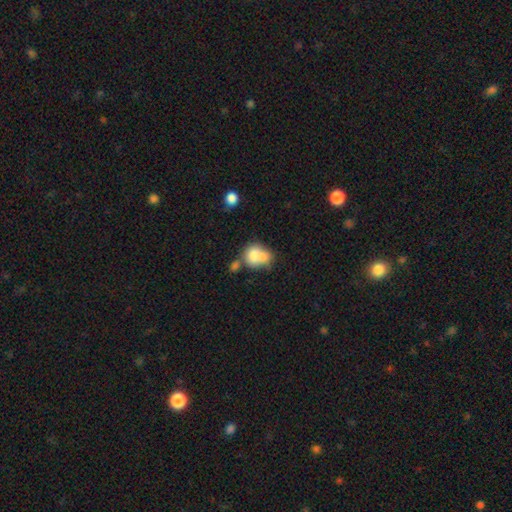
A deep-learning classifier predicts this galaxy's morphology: smooth 72%, featured or disk 18%, star or artifact 9%. Down the decision tree: how rounded — round (53%); merging — merger (54%).